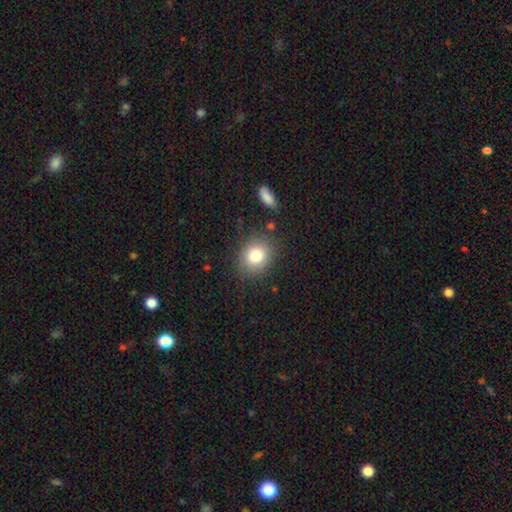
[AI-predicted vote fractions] Overall: smooth (81%). How rounded: round (61%; in between 38%). Merging: none (82%).